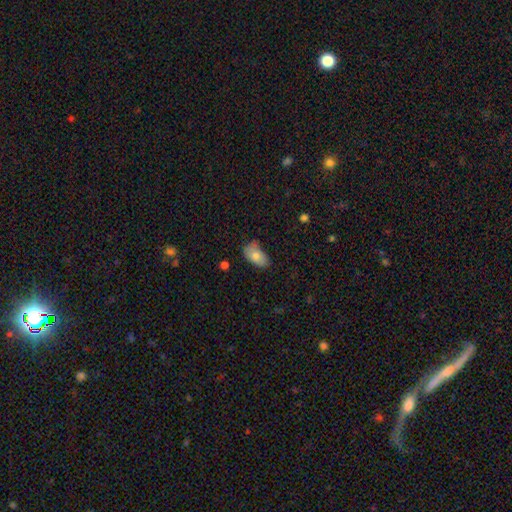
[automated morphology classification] The model was most divided on "merging": none: 48%, minor disturbance: 38%, major disturbance: 10%, merger: 4%. More confident: how rounded — in between (91%); smooth or featured — smooth (77%).